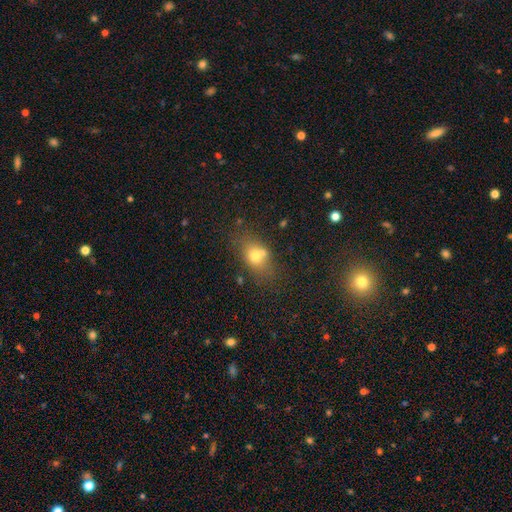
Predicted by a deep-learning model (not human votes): Overall: smooth (68%). How rounded: in between (68%; round 29%). Merging: none (53%; merger 26%).